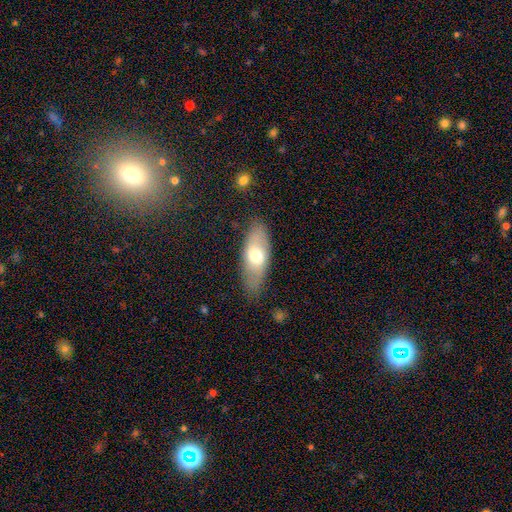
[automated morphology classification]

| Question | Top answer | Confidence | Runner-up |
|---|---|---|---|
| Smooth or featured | smooth | 62% | featured or disk (31%) |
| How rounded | in between | 75% | cigar-shaped (22%) |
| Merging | none | 81% | minor disturbance (14%) |